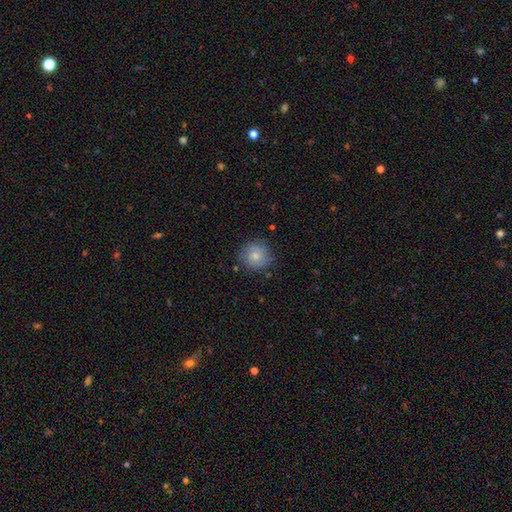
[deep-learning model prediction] Overall: smooth (72%). How rounded: round (91%). Merging: none (81%).